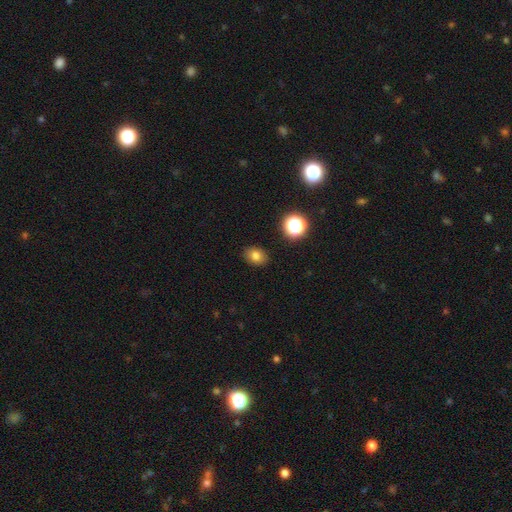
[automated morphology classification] This appears to be a smooth galaxy with no disk features (78%) that is in between round and cigar-shaped (63%). Merging: none (87%).